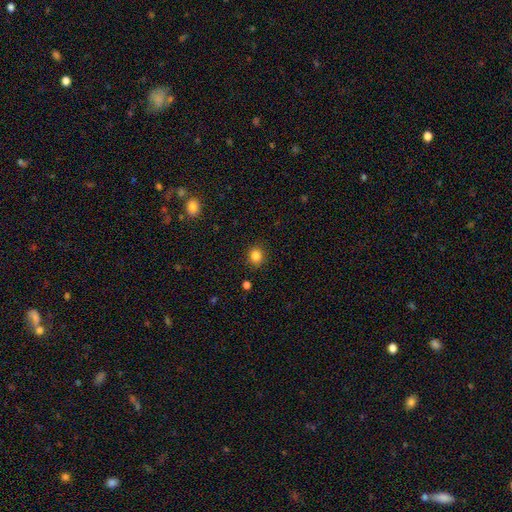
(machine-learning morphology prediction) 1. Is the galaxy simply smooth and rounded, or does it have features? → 84% smooth, 12% star or artifact, 4% featured or disk.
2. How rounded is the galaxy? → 77% round, 22% in between, 1% cigar-shaped.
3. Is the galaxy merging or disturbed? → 88% none, 8% minor disturbance, 2% major disturbance, 1% merger.